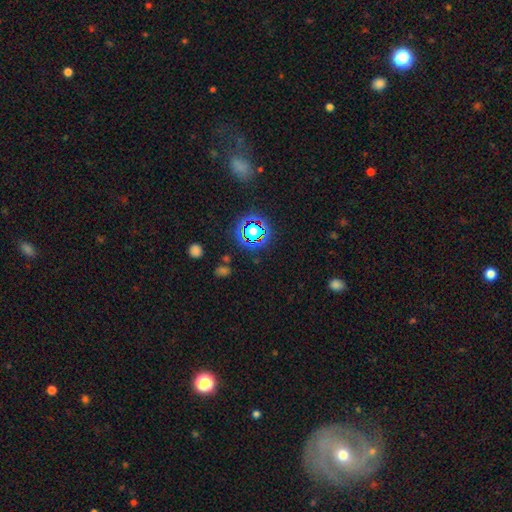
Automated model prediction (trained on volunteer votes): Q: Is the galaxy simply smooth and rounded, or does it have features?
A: star or artifact — 72%.